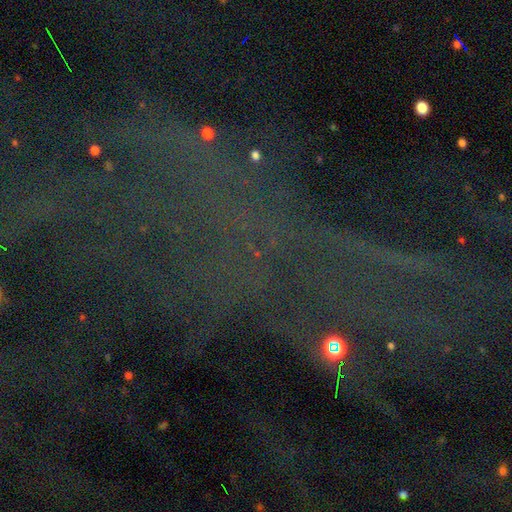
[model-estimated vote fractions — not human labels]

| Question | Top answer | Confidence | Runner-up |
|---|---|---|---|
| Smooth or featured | star or artifact | 78% | featured or disk (12%) |